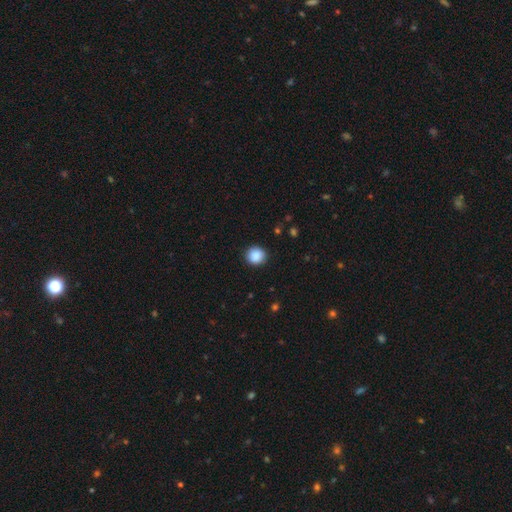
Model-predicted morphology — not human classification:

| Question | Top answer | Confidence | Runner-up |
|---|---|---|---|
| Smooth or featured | smooth | 88% | star or artifact (8%) |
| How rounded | round | 91% | in between (8%) |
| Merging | none | 90% | minor disturbance (7%) |